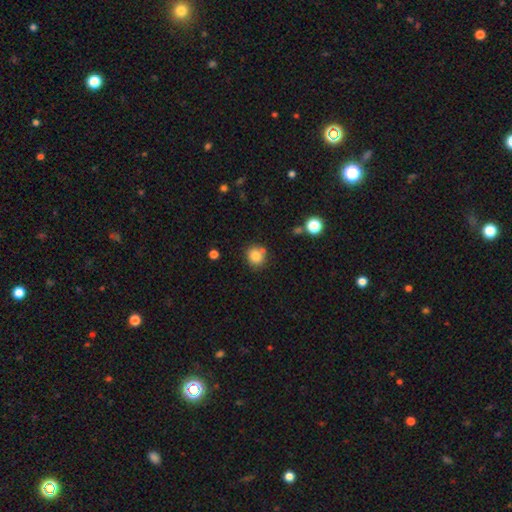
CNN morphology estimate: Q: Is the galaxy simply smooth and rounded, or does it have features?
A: smooth — 83%.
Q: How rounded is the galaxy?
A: round — 84%.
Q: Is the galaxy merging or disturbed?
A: none — 75%.